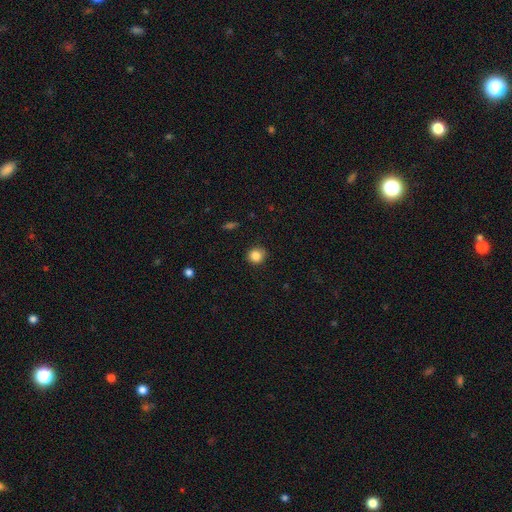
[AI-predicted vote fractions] This appears to be a smooth galaxy with no disk features (85%) that is round (88%). Merging: none (88%).